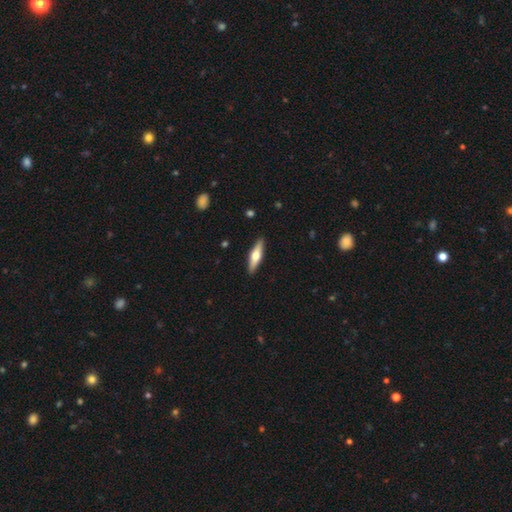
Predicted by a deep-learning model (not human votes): Smooth or featured? featured or disk (51%)
Edge-on disk? yes (93%)
Merging? none (91%)